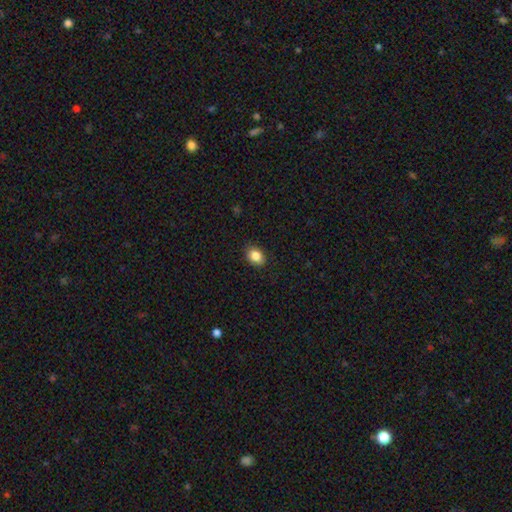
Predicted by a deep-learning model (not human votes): Morphology: type=smooth (86%); roundness=in between (72%); merging=none (87%).